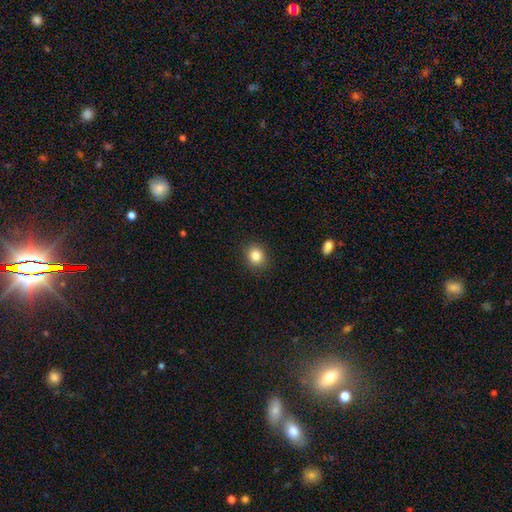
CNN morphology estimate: Smooth or featured: smooth — 84% (star or artifact — 11%)
How rounded: round — 76% (in between — 23%)
Merging: none — 90% (minor disturbance — 7%)